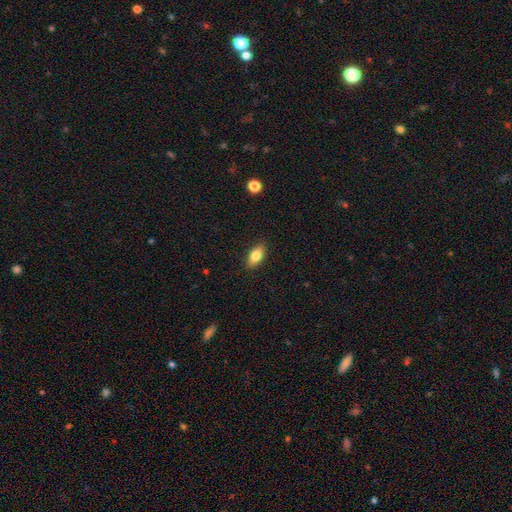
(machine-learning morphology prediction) Smooth or featured? Predicted: smooth (p=0.79). How rounded? Predicted: in between (p=0.87). Merging? Predicted: none (p=0.88).